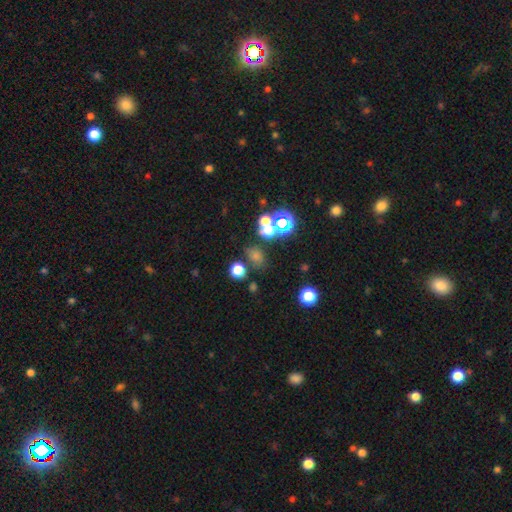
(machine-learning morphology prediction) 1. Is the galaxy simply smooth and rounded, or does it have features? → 57% smooth, 34% star or artifact, 9% featured or disk.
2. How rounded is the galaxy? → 52% round, 46% in between, 2% cigar-shaped.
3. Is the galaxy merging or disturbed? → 68% none, 15% merger, 11% minor disturbance, 6% major disturbance.